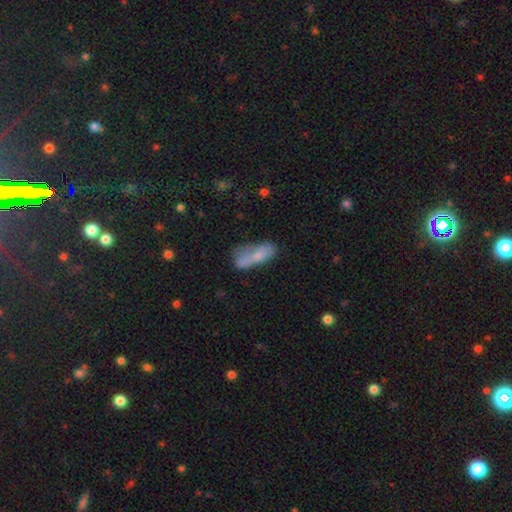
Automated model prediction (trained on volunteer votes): Smooth or featured? smooth (67%)
How rounded? in between (59%)
Merging? none (35%)